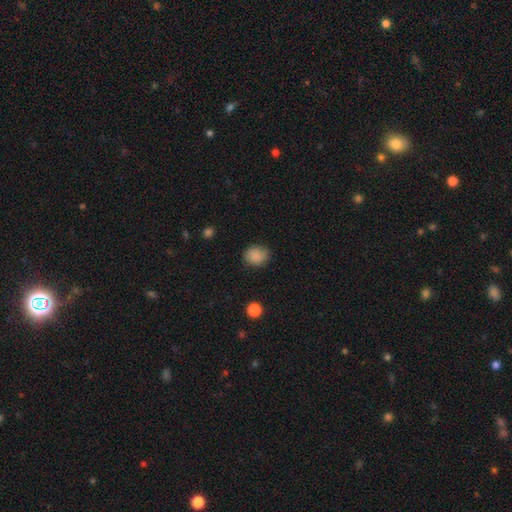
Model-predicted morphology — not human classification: Smooth or featured?
  - smooth: 87% *
  - star or artifact: 9%
  - featured or disk: 4%
How rounded?
  - round: 63% *
  - in between: 36%
  - cigar-shaped: 1%
Merging?
  - none: 81% *
  - minor disturbance: 15%
  - major disturbance: 3%
  - merger: 1%